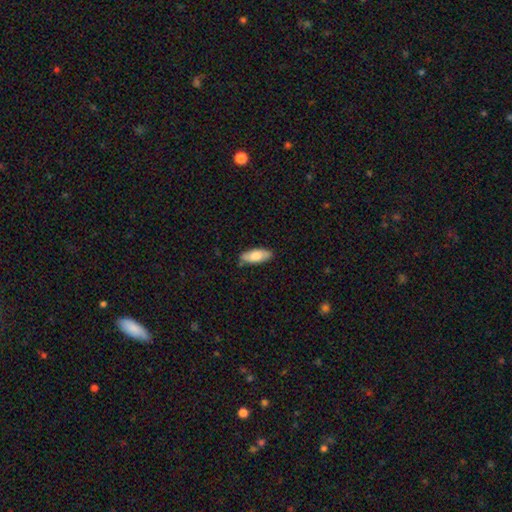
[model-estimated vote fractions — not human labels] Morphology: type=smooth (77%); roundness=in between (78%); merging=none (83%).